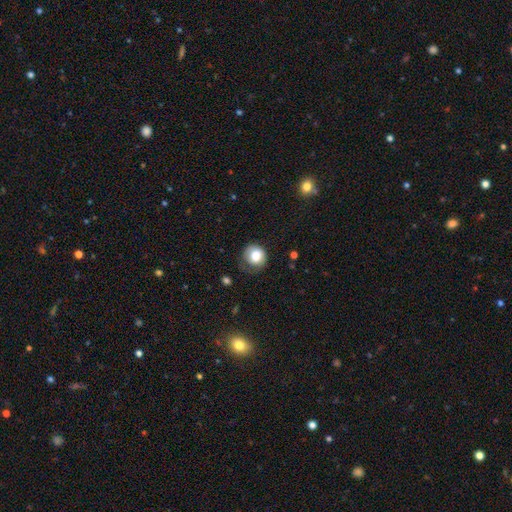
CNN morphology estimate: Smooth or featured?
  - smooth: 78% *
  - featured or disk: 14%
  - star or artifact: 8%
How rounded?
  - round: 82% *
  - in between: 17%
  - cigar-shaped: 1%
Merging?
  - none: 54% *
  - minor disturbance: 28%
  - major disturbance: 16%
  - merger: 2%